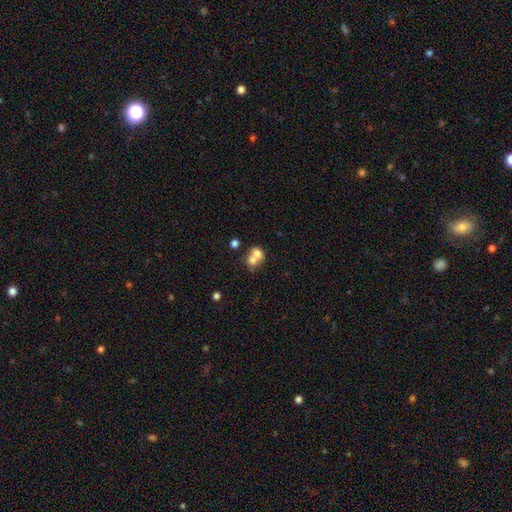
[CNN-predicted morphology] Q: Smooth or featured?
A: smooth (68%); runner-up: featured or disk (22%)
Q: How rounded?
A: round (61%); runner-up: in between (38%)
Q: Merging?
A: merger (68%); runner-up: none (22%)